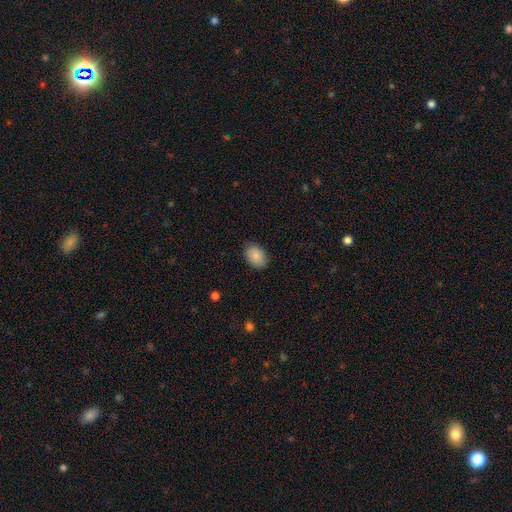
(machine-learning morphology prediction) Smooth or featured: smooth — 88% (star or artifact — 7%)
How rounded: in between — 79% (round — 20%)
Merging: none — 86% (minor disturbance — 11%)